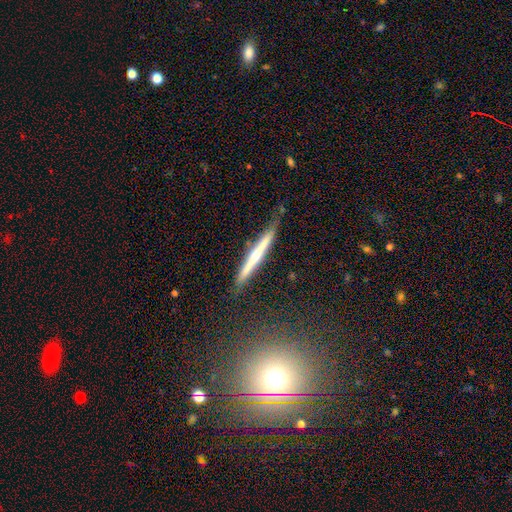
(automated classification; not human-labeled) featured or disk 63%, smooth 30%, star or artifact 7%. Down the decision tree: edge-on disk — yes (96%); edge-on bulge — rounded (65%); merging — none (83%).